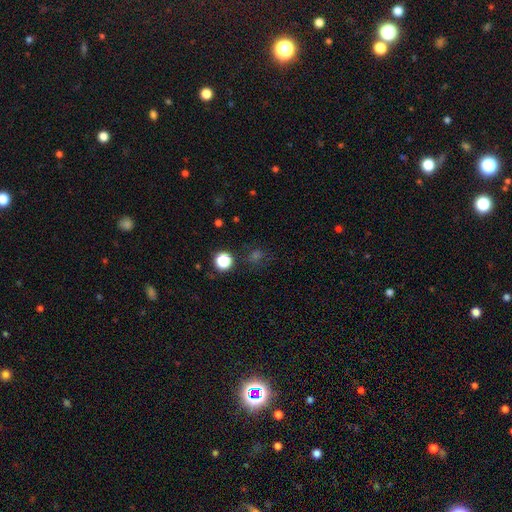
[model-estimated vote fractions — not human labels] A smooth galaxy with no disk features (47%).

Vote fractions:
- Smooth or featured? smooth: 47% / star or artifact: 44% / featured or disk: 9%
- Merging? none: 78% / minor disturbance: 12% / major disturbance: 7% / merger: 4%